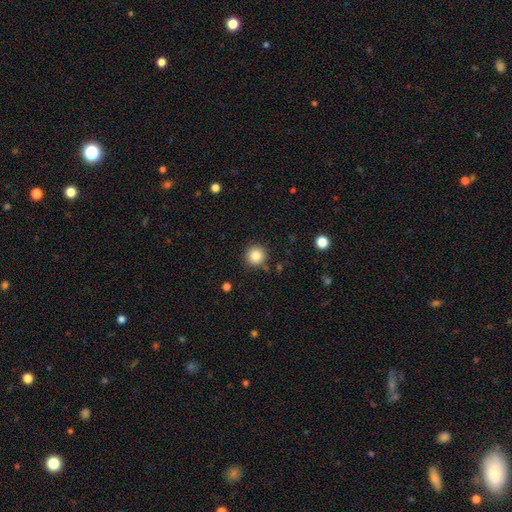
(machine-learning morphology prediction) Smooth or featured?
  - smooth: 84% *
  - star or artifact: 11%
  - featured or disk: 6%
How rounded?
  - round: 95% *
  - in between: 4%
  - cigar-shaped: 1%
Merging?
  - none: 87% *
  - minor disturbance: 8%
  - merger: 3%
  - major disturbance: 2%